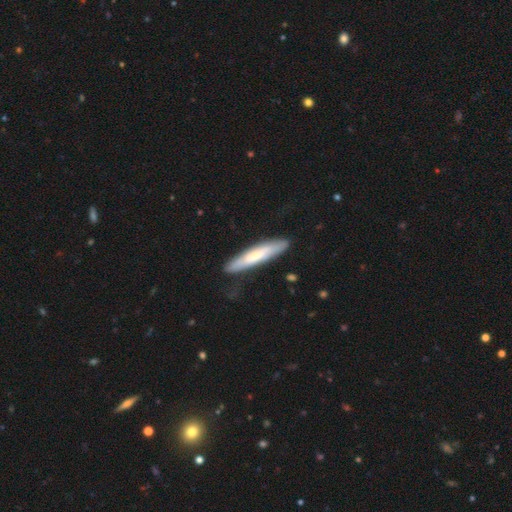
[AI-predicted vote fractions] smooth_or_featured: smooth (p=0.58) [alt: featured or disk p=0.36]
how_rounded: cigar-shaped (p=0.89) [alt: in between p=0.10]
merging: none (p=0.82) [alt: minor disturbance p=0.14]